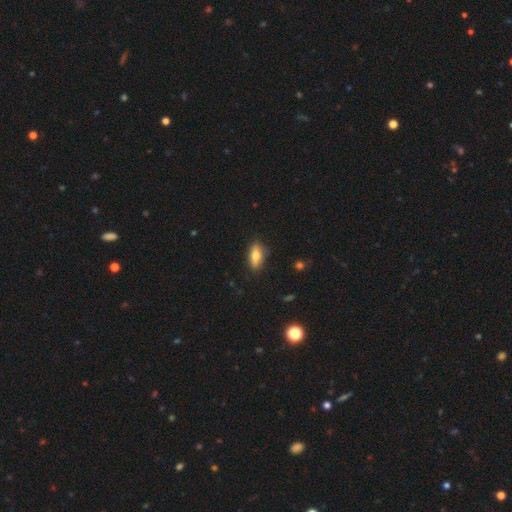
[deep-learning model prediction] smooth-or-featured: smooth: 62% | featured or disk: 31% | star or artifact: 7%
  how-rounded: in between: 64% | cigar-shaped: 32% | round: 4%
  merging: none: 83% | minor disturbance: 13% | major disturbance: 3% | merger: 1%